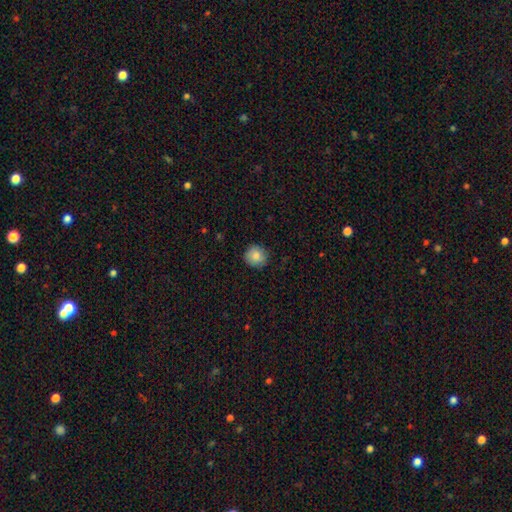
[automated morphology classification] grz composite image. It shows a smooth galaxy with no disk features (85%) that is round (89%). Merging: none (87%).